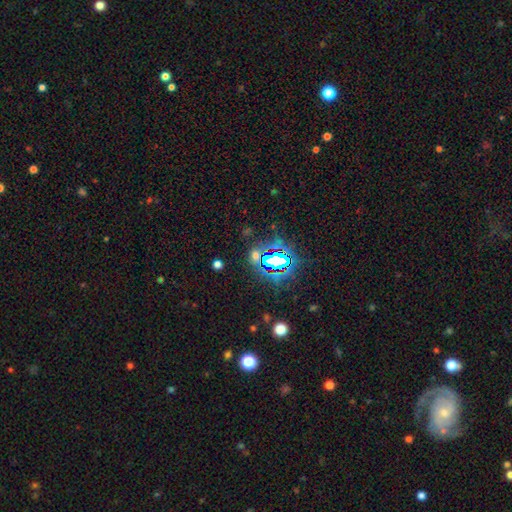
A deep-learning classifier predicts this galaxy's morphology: type=star or artifact (67%).